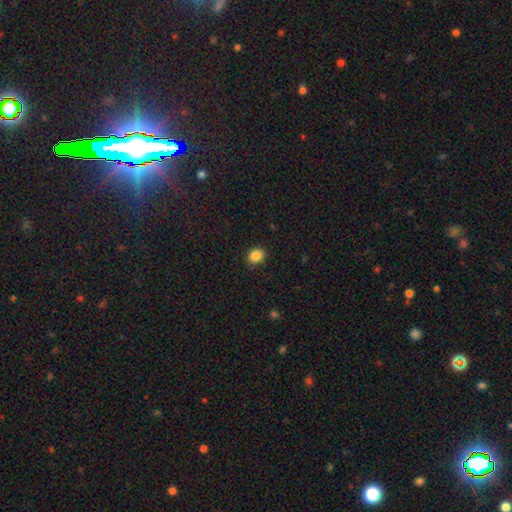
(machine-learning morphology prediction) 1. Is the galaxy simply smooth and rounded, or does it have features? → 87% smooth, 10% star or artifact, 3% featured or disk.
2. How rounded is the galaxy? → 57% round, 42% in between, 1% cigar-shaped.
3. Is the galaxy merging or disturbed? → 89% none, 8% minor disturbance, 2% major disturbance, 1% merger.